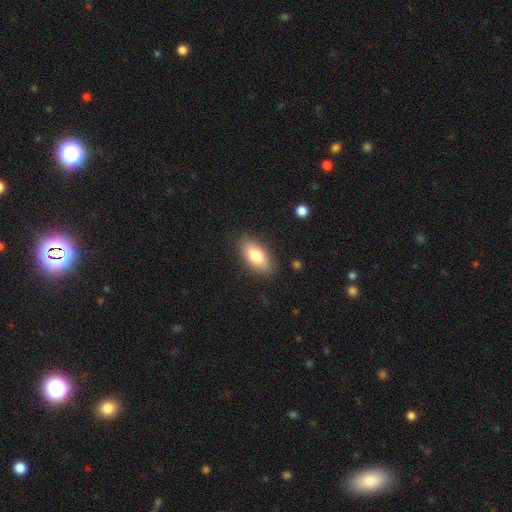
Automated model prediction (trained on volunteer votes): smooth 82%, featured or disk 12%, star or artifact 6%. Down the decision tree: how rounded — in between (90%); merging — none (84%).